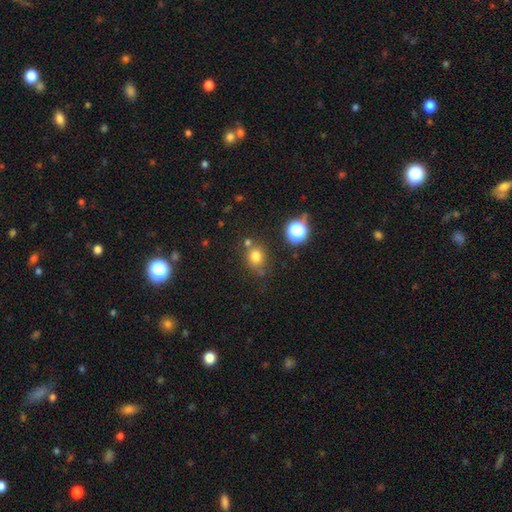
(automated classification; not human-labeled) The model was most divided on "how rounded": round: 71%, in between: 28%, cigar-shaped: 1%. More confident: smooth or featured — smooth (76%); merging — none (68%).